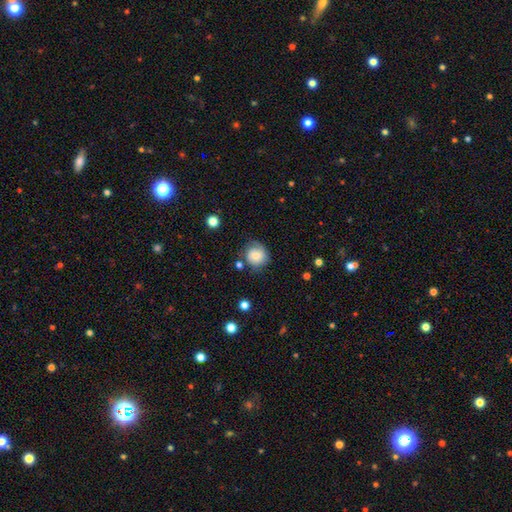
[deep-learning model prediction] Smooth or featured?
  - smooth: 71% *
  - featured or disk: 20%
  - star or artifact: 9%
How rounded?
  - round: 84% *
  - in between: 15%
  - cigar-shaped: 1%
Merging?
  - none: 62% *
  - minor disturbance: 24%
  - major disturbance: 10%
  - merger: 4%